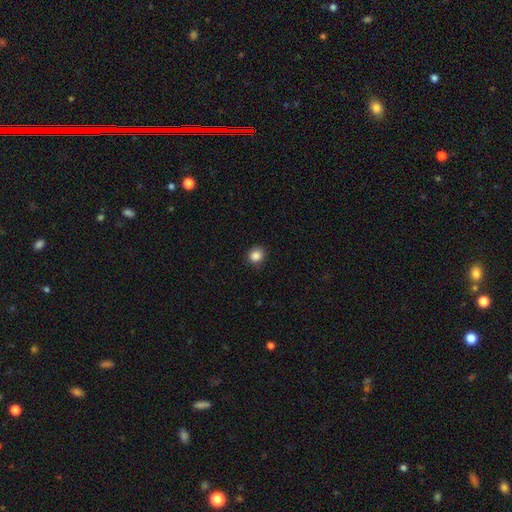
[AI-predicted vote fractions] A smooth galaxy with no disk features (86%) that is round (86%).

Vote fractions:
- Smooth or featured? smooth: 86% / star or artifact: 11% / featured or disk: 3%
- How rounded? round: 86% / in between: 13% / cigar-shaped: 1%
- Merging? none: 89% / minor disturbance: 8% / major disturbance: 2% / merger: 1%